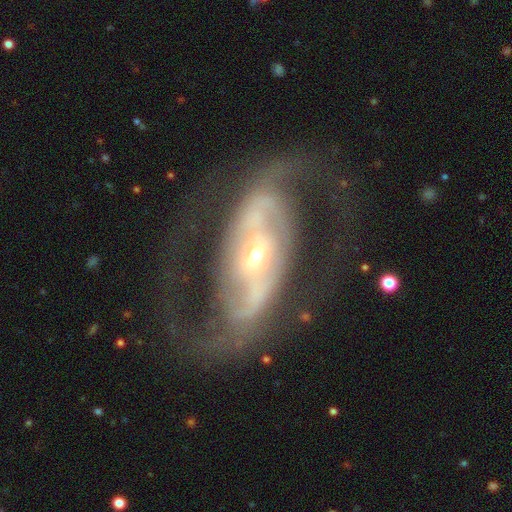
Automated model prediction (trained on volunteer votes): This is clearly a featured or disk galaxy (88%). It is clearly not viewed edge-on (94%). Bar: possibly strong (46%). Spiral arm pattern: clearly yes (89%). Spiral arm count: clearly 2 (89%). Spiral winding: possibly medium (49%). Central bulge: possibly small (48%). Merging: likely none (71%).